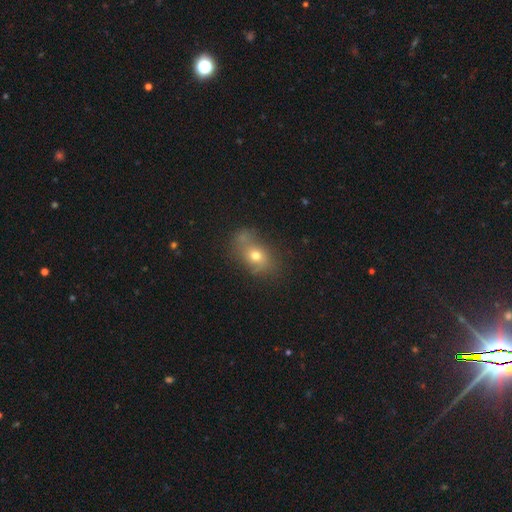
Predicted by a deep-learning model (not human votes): smooth_or_featured: smooth (p=0.65) [alt: featured or disk p=0.20]
how_rounded: in between (p=0.65) [alt: round p=0.33]
merging: none (p=0.51) [alt: minor disturbance p=0.22]